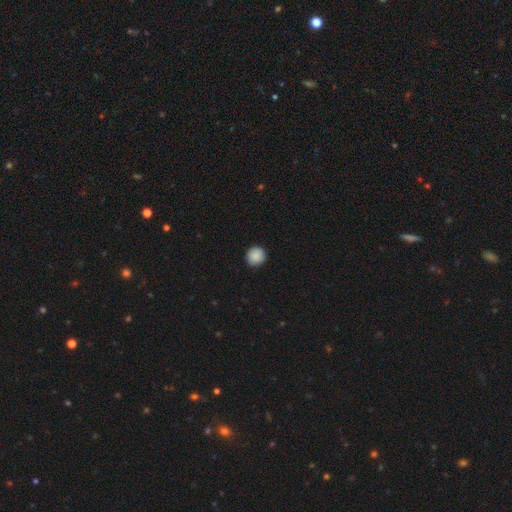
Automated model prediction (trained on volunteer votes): This appears to be a smooth galaxy with no disk features (88%) that is round (93%). Merging: none (90%).